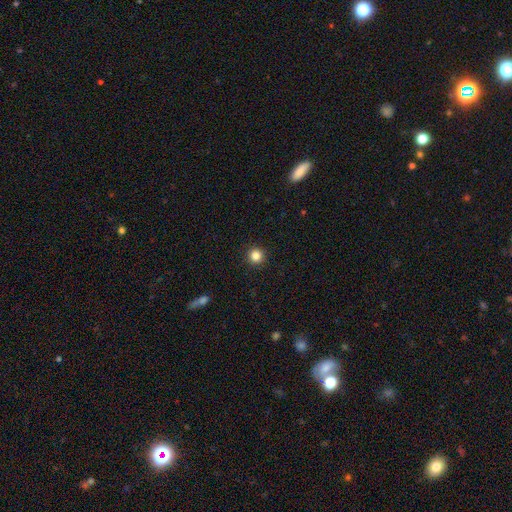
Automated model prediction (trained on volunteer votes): A smooth galaxy with no disk features (85%) that is round (95%).

Vote fractions:
- Smooth or featured? smooth: 85% / star or artifact: 11% / featured or disk: 4%
- How rounded? round: 95% / in between: 4% / cigar-shaped: 1%
- Merging? none: 93% / minor disturbance: 4% / major disturbance: 2% / merger: 1%